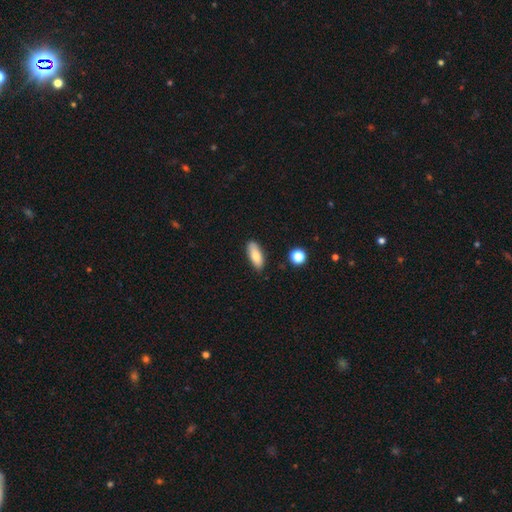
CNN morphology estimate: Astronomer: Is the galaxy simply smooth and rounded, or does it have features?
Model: smooth — 82%.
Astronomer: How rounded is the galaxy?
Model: in between — 75%.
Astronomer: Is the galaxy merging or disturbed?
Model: none — 84%.